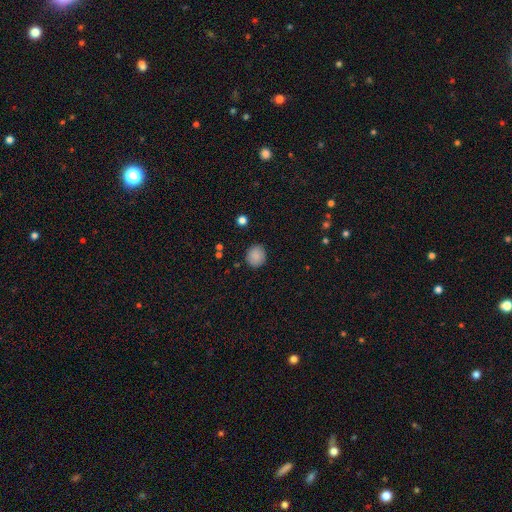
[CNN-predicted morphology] Smooth or featured? smooth (87%)
How rounded? round (81%)
Merging? none (87%)